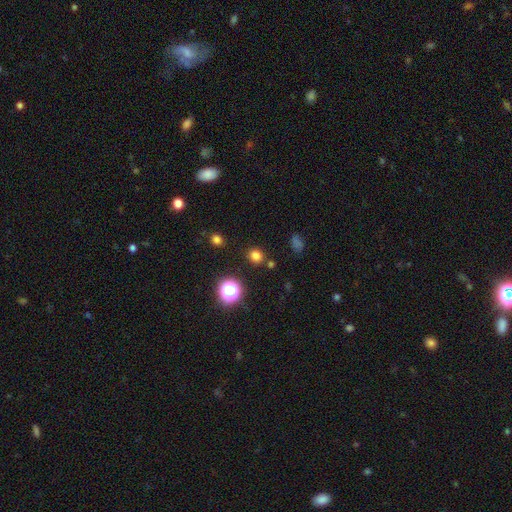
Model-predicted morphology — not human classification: smooth_or_featured: smooth (p=0.75) [alt: star or artifact p=0.20]
how_rounded: round (p=0.80) [alt: in between p=0.19]
merging: none (p=0.85) [alt: minor disturbance p=0.08]